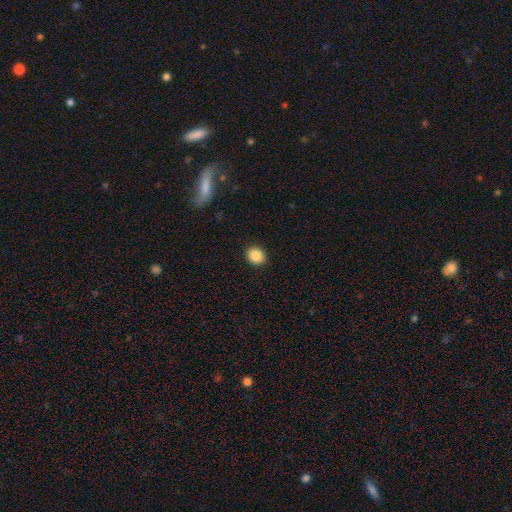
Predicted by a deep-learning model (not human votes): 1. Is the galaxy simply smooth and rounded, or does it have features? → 88% smooth, 9% star or artifact, 3% featured or disk.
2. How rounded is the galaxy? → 61% round, 38% in between, 1% cigar-shaped.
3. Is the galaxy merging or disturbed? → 91% none, 6% minor disturbance, 2% major disturbance, 1% merger.